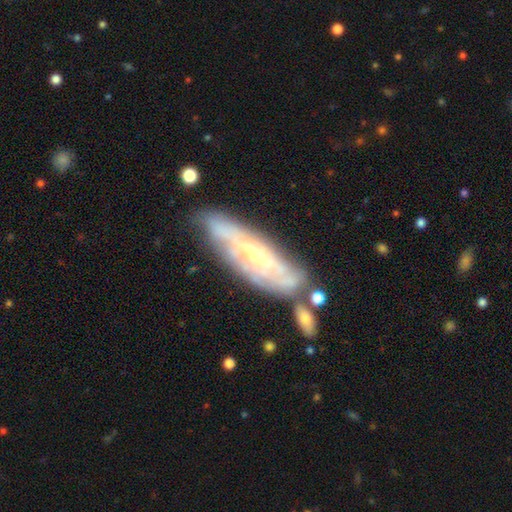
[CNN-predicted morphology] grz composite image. It shows a featured or disk galaxy (70%) with no bar (65%), spiral arms (77%) and a small central bulge (61%). Merging: none (62%).